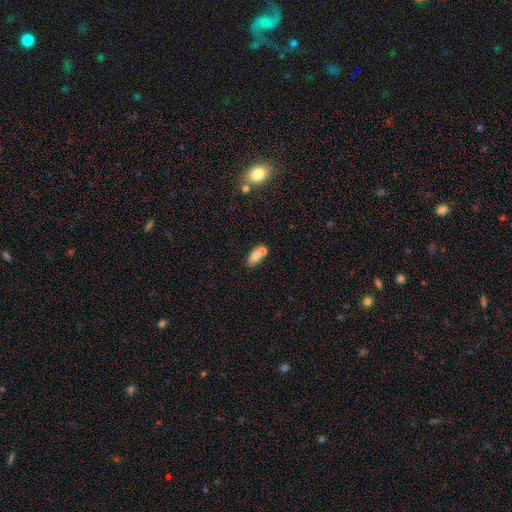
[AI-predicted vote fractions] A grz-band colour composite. It shows a smooth galaxy with no disk features (70%) that is in between round and cigar-shaped (84%). Merging: merger (47%).